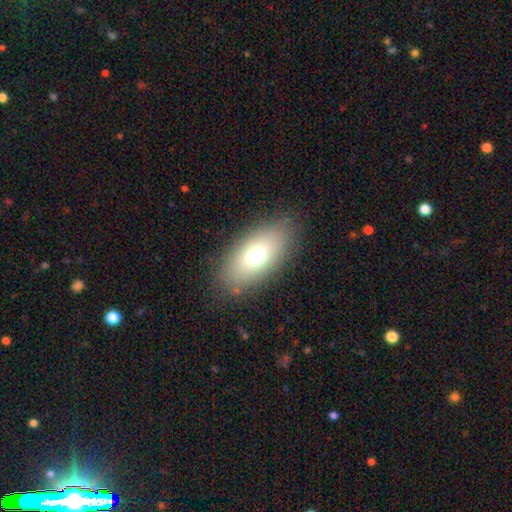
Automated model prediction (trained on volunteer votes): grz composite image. It shows a smooth galaxy with no disk features (66%) that is in between round and cigar-shaped (84%). Merging: none (84%).